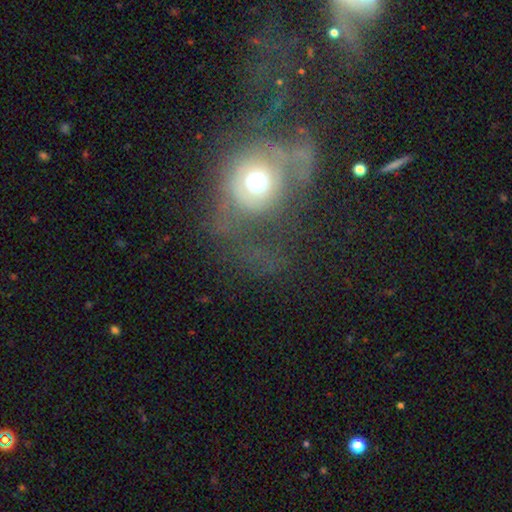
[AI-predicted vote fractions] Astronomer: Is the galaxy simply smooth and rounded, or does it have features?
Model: featured or disk — 43% (runner-up: smooth, 36%).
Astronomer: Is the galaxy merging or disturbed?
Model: major disturbance — 51% (runner-up: none, 26%).